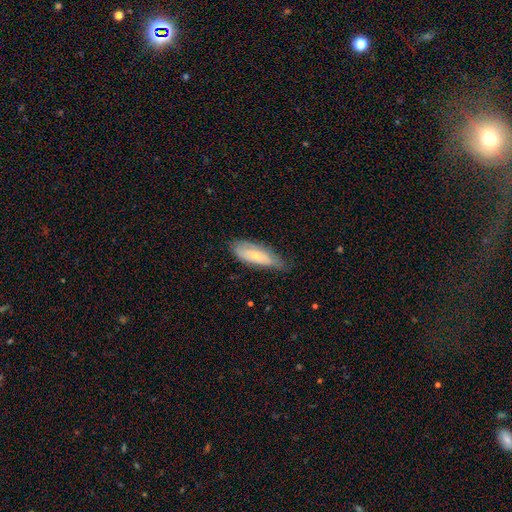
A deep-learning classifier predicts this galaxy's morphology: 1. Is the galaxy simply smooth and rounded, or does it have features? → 56% smooth, 38% featured or disk, 7% star or artifact.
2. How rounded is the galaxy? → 68% in between, 30% cigar-shaped, 2% round.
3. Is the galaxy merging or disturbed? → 57% none, 34% minor disturbance, 8% major disturbance, 1% merger.